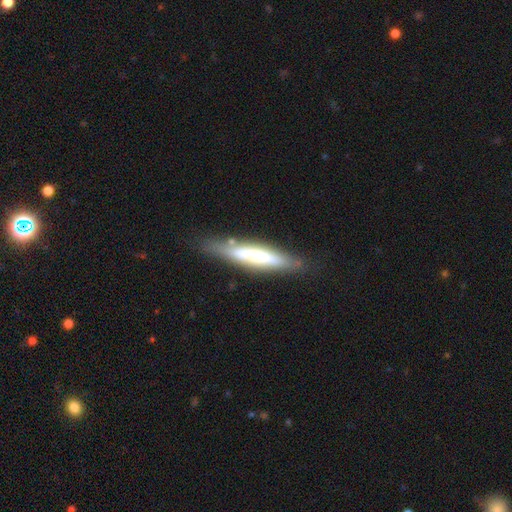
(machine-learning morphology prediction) smooth-or-featured: featured or disk: 48% | smooth: 45% | star or artifact: 7%
  merging: none: 74% | minor disturbance: 17% | major disturbance: 5% | merger: 4%